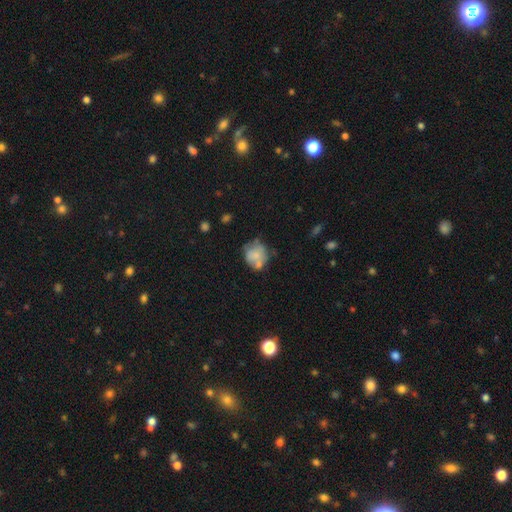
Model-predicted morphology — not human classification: smooth_or_featured: smooth (p=0.63) [alt: featured or disk p=0.28]
how_rounded: round (p=0.72) [alt: in between p=0.27]
merging: none (p=0.45) [alt: minor disturbance p=0.24]